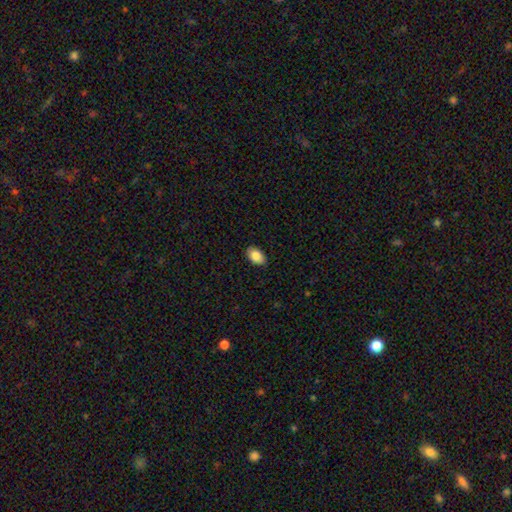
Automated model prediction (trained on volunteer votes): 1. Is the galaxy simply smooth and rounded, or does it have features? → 85% smooth, 8% featured or disk, 7% star or artifact.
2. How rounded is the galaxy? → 90% in between, 9% round, 1% cigar-shaped.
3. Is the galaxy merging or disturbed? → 88% none, 9% minor disturbance, 2% major disturbance, 1% merger.